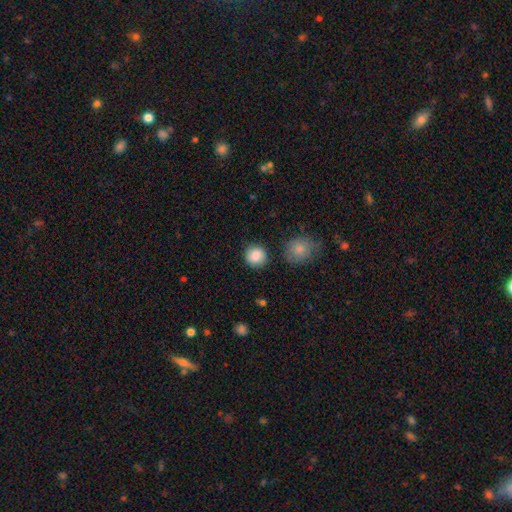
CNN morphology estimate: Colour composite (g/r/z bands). It shows a smooth galaxy with no disk features (84%) that is round (90%). Merging: none (84%).